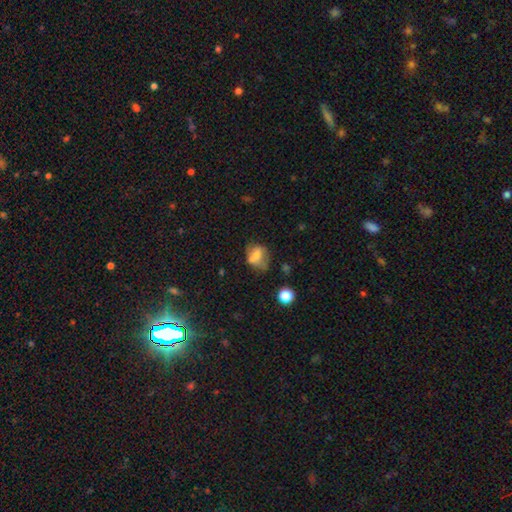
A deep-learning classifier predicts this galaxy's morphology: Smooth or featured: smooth — 61% (featured or disk — 28%)
How rounded: in between — 57% (round — 41%)
Merging: none — 43% (minor disturbance — 27%)